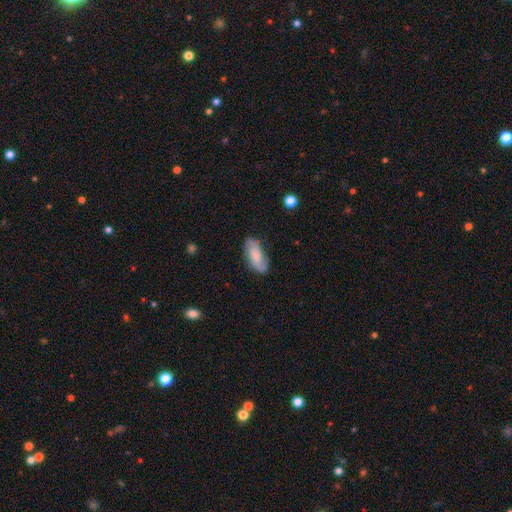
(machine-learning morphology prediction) This appears to be a featured or disk galaxy (52%). Merging: none (76%).